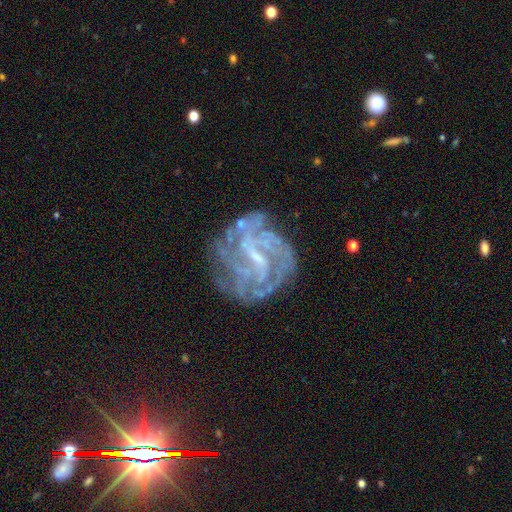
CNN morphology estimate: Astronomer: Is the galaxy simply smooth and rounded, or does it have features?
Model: featured or disk — 82%.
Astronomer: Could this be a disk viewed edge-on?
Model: no — 98%.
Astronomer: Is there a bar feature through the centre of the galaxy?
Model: weak — 54%.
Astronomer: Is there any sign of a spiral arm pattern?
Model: yes — 86%.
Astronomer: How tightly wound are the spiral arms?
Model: tight — 54% (runner-up: medium, 34%).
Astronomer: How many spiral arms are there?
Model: can't tell — 39% (runner-up: 4, 20%).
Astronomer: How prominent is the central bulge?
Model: small — 51% (runner-up: none, 28%).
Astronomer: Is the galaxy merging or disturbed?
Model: none — 70%.